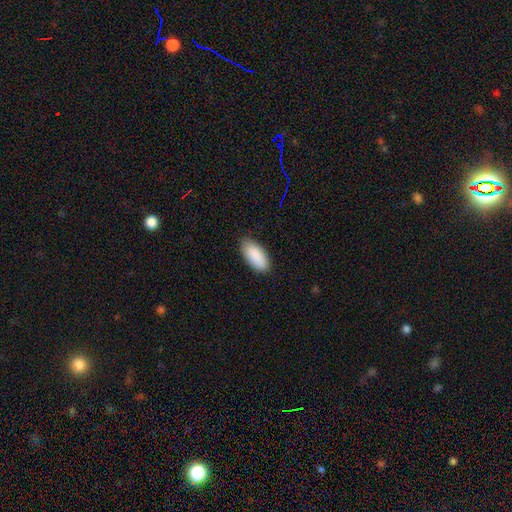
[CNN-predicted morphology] type=smooth (90%); roundness=in between (92%); merging=none (84%).